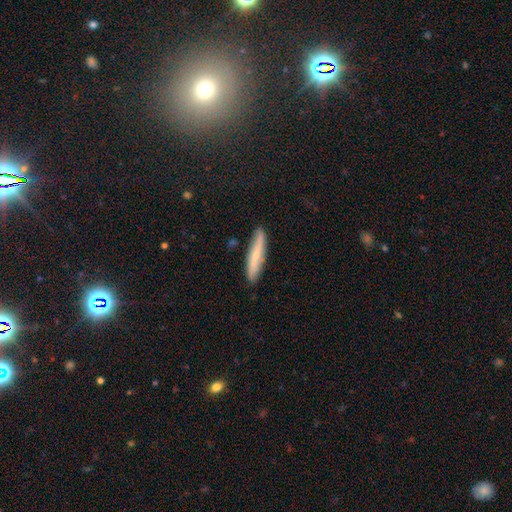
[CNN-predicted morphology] Q: Smooth or featured?
A: smooth (64%); runner-up: featured or disk (29%)
Q: How rounded?
A: cigar-shaped (91%); runner-up: in between (8%)
Q: Merging?
A: none (84%); runner-up: minor disturbance (12%)